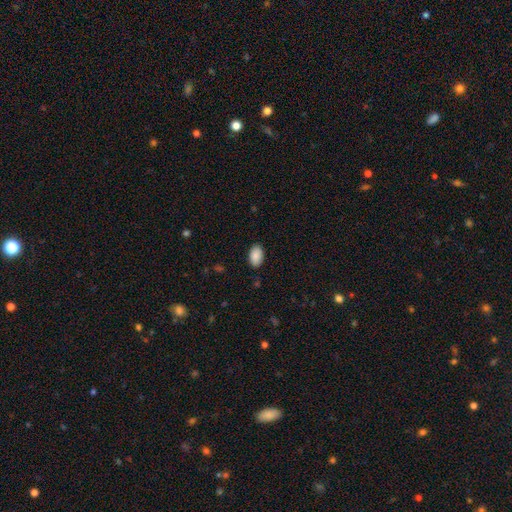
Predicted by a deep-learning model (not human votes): smooth 89%, star or artifact 7%, featured or disk 4%. Down the decision tree: how rounded — in between (93%); merging — none (87%).